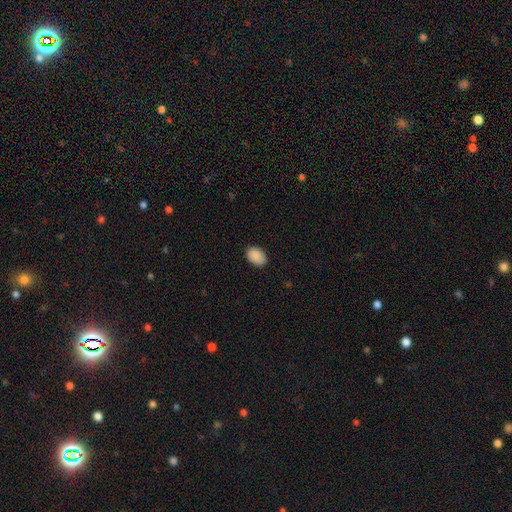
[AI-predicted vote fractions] smooth 90%, star or artifact 8%, featured or disk 3%. Down the decision tree: how rounded — in between (80%); merging — none (86%).